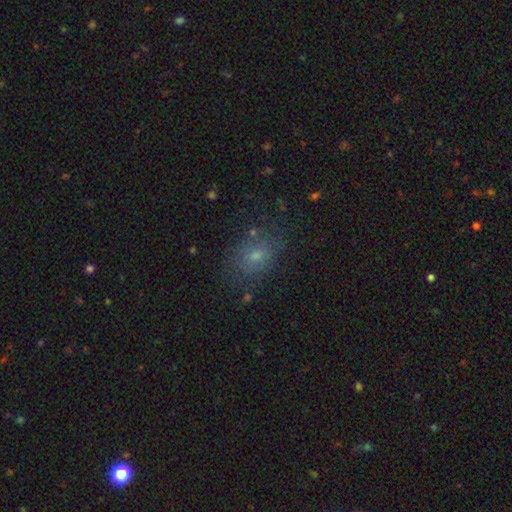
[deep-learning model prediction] A smooth galaxy with no disk features (59%) that is in between round and cigar-shaped (58%).

Vote fractions:
- Smooth or featured? smooth: 59% / star or artifact: 22% / featured or disk: 19%
- How rounded? in between: 58% / round: 41% / cigar-shaped: 2%
- Merging? none: 74% / minor disturbance: 16% / major disturbance: 6% / merger: 3%